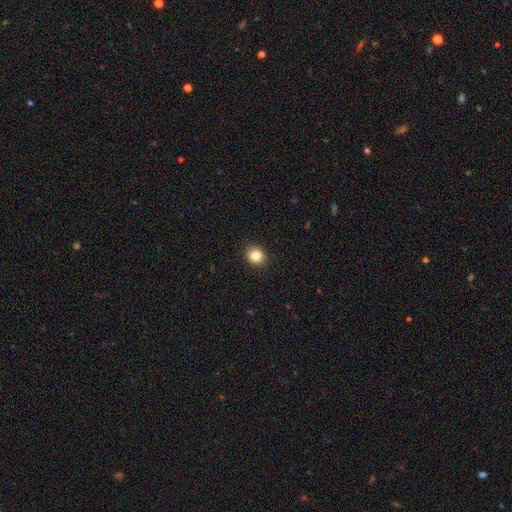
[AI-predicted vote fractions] This is clearly a smooth galaxy (84%). How rounded: likely round (74%). Merging: clearly none (91%).